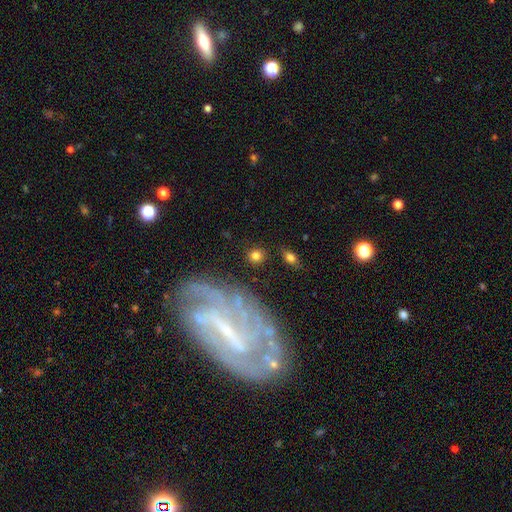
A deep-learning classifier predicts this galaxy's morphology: A smooth galaxy with no disk features (77%) that is round (82%). Merging: none (85%).